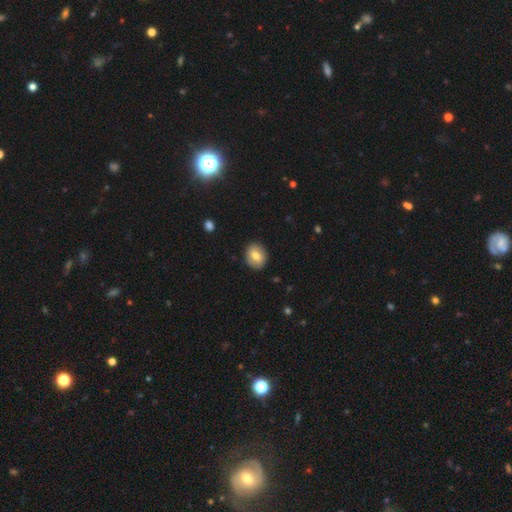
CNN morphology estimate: A smooth galaxy with no disk features (74%) that is round (52%). Merging: none (87%).